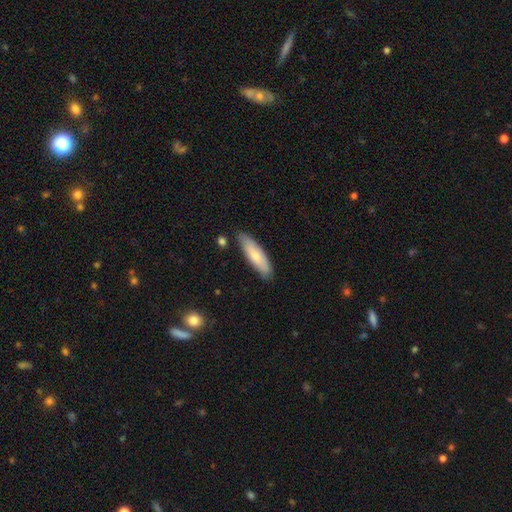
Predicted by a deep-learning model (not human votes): Smooth or featured? Predicted: smooth (p=0.72). How rounded? Predicted: cigar-shaped (p=0.61). Merging? Predicted: none (p=0.84).